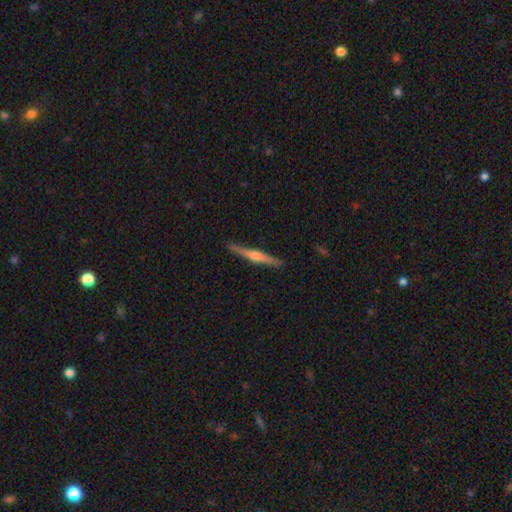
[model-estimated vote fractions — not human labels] A featured or disk galaxy (76%) viewed edge-on (98%) with a rounded central bulge (86%). Merging: none (92%).